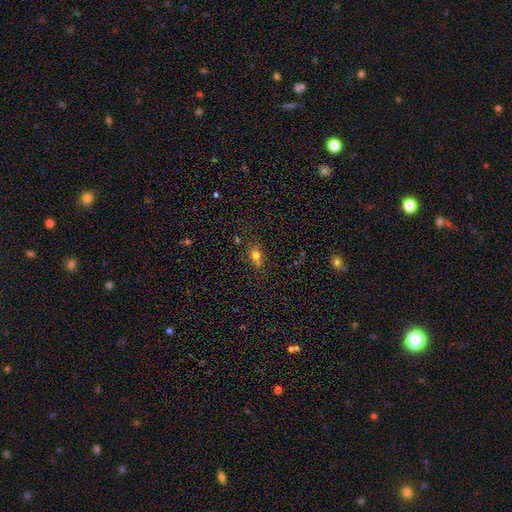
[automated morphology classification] Smooth or featured? Predicted: smooth (p=0.73). How rounded? Predicted: in between (p=0.51). Merging? Predicted: none (p=0.60).